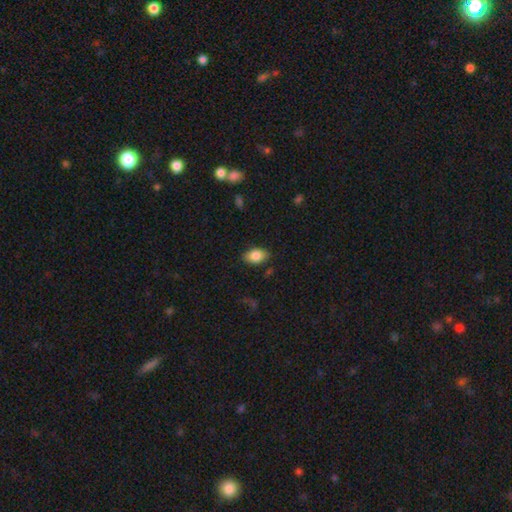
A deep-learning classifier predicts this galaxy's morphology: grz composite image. It shows a smooth galaxy with no disk features (84%) that is in between round and cigar-shaped (89%). Merging: none (85%).